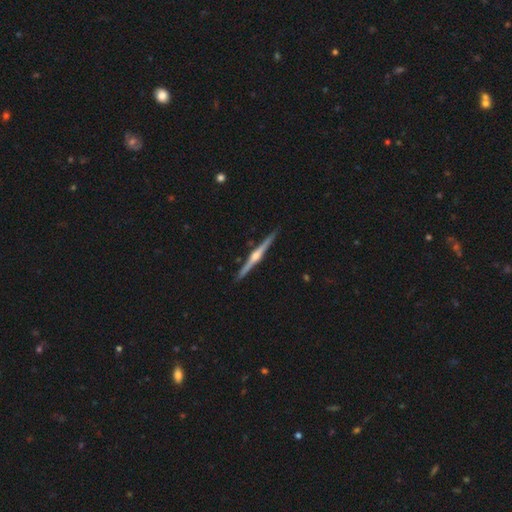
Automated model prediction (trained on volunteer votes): Smooth or featured: featured or disk — 85% (smooth — 10%)
Edge-on disk: yes — 99% (no — 1%)
Edge-on bulge: rounded — 90% (boxy — 5%)
Merging: none — 92% (minor disturbance — 5%)